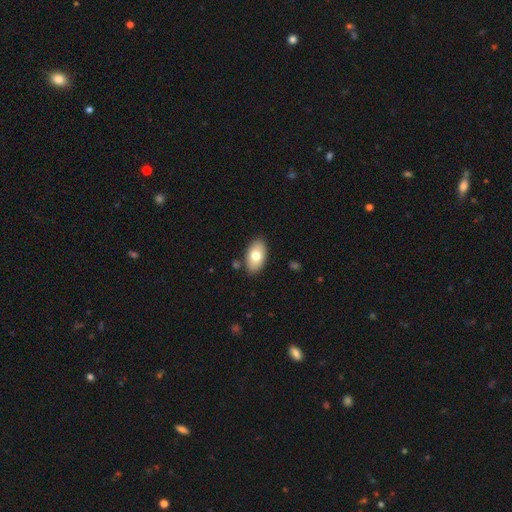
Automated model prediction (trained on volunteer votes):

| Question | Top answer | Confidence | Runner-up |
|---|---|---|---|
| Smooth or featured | smooth | 73% | featured or disk (20%) |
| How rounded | in between | 93% | round (5%) |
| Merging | none | 85% | minor disturbance (10%) |